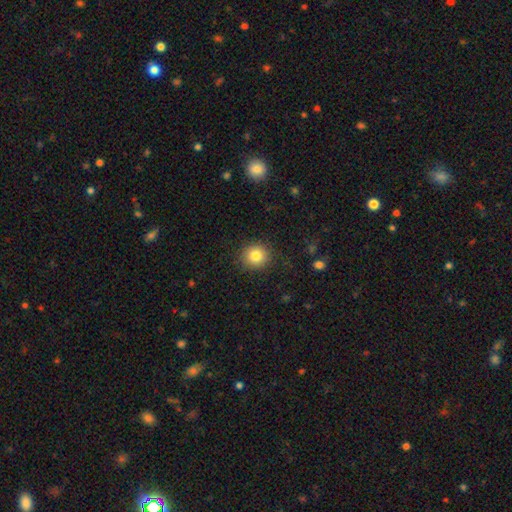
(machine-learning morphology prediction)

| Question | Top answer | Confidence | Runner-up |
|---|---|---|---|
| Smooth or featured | smooth | 83% | star or artifact (10%) |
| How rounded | round | 89% | in between (10%) |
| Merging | none | 88% | minor disturbance (8%) |